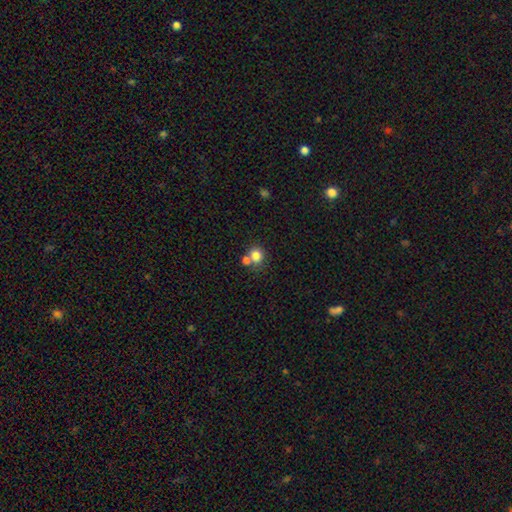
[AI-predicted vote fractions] Overall: smooth (81%). How rounded: round (86%). Merging: none (55%; merger 34%).